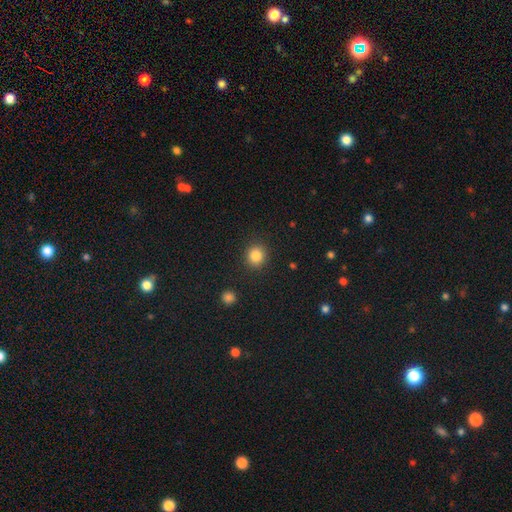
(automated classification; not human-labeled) smooth_or_featured: smooth (p=0.84) [alt: star or artifact p=0.11]
how_rounded: round (p=0.89) [alt: in between p=0.10]
merging: none (p=0.90) [alt: minor disturbance p=0.06]